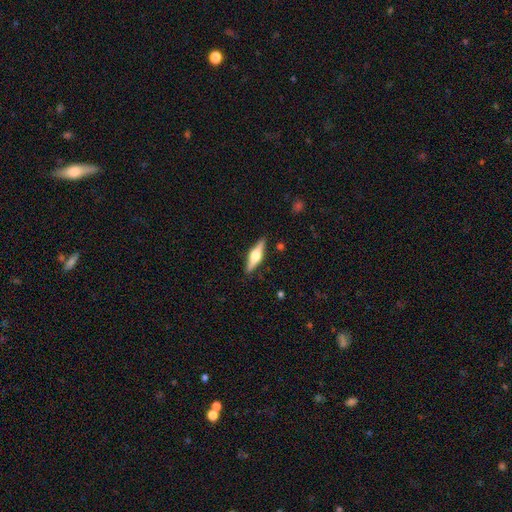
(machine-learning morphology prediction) A featured or disk galaxy (69%) viewed edge-on (97%) with a rounded central bulge (94%).

Vote fractions:
- Smooth or featured? featured or disk: 69% / smooth: 25% / star or artifact: 6%
- Edge-on disk? yes: 97% / no: 3%
- Edge-on bulge? rounded: 94% / boxy: 5% / none: 1%
- Merging? none: 89% / minor disturbance: 8% / major disturbance: 2% / merger: 1%